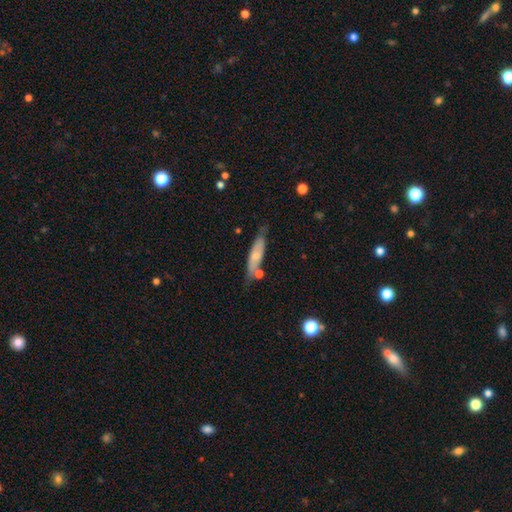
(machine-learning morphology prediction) Overall: smooth (62%; featured or disk 32%). How rounded: cigar-shaped (70%). Merging: none (63%).